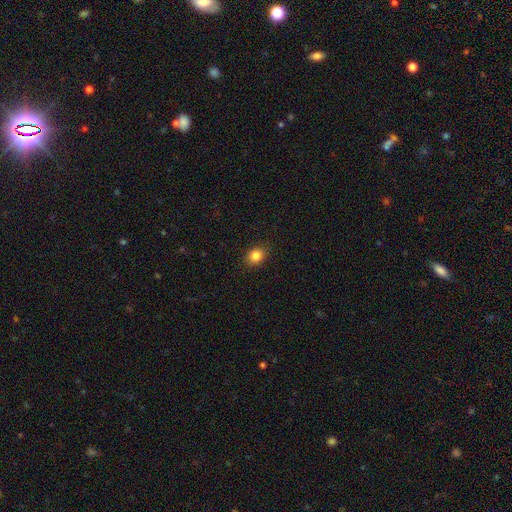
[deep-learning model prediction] A smooth galaxy with no disk features (84%) that is round (54%).

Vote fractions:
- Smooth or featured? smooth: 84% / star or artifact: 10% / featured or disk: 5%
- How rounded? round: 54% / in between: 45% / cigar-shaped: 1%
- Merging? none: 88% / minor disturbance: 9% / major disturbance: 2% / merger: 1%